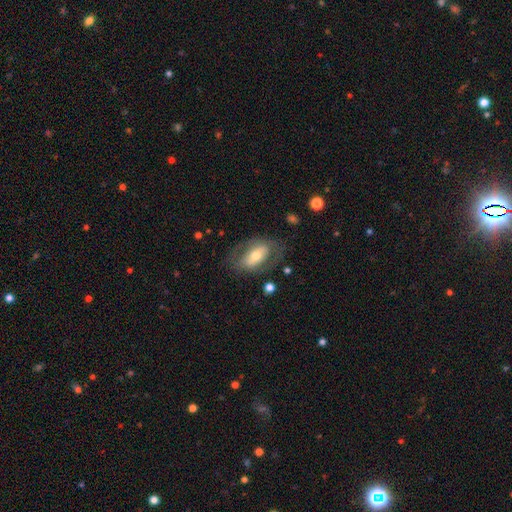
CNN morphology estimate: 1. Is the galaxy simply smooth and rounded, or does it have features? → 56% featured or disk, 38% smooth, 6% star or artifact.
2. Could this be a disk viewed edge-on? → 90% no, 10% yes.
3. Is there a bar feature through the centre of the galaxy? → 36% strong, 35% no, 29% weak.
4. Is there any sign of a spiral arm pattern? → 58% no, 42% yes.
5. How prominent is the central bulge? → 64% moderate, 22% small, 11% large, 1% dominant, 1% none.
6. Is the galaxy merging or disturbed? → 68% none, 17% minor disturbance, 13% major disturbance, 2% merger.